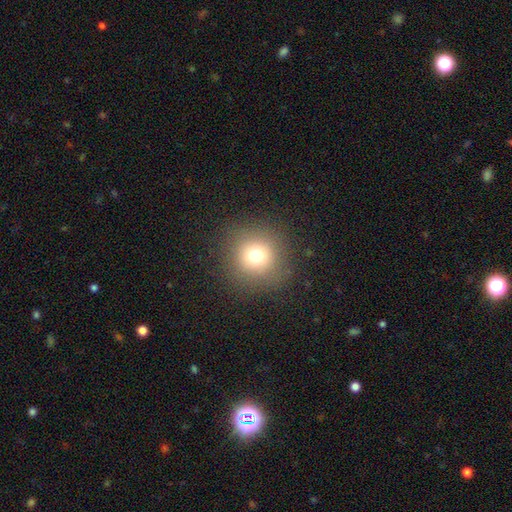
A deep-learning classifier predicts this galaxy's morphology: Smooth or featured: smooth — 73% (star or artifact — 16%)
How rounded: round — 94% (in between — 5%)
Merging: none — 88% (minor disturbance — 7%)